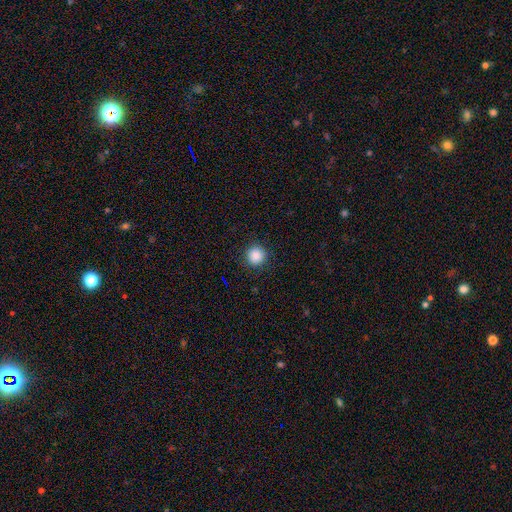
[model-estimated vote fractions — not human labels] smooth 87%, star or artifact 10%, featured or disk 3%. Down the decision tree: how rounded — round (95%); merging — none (91%).